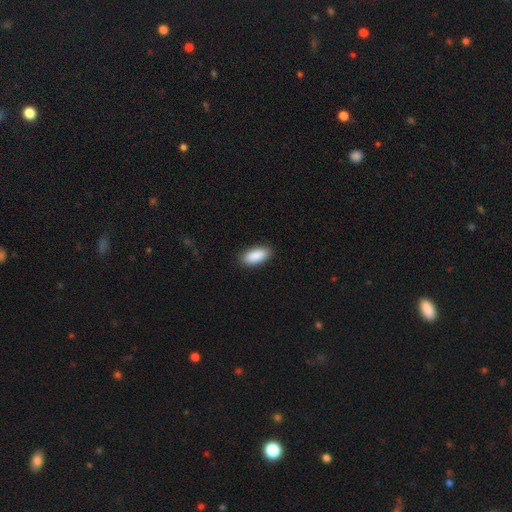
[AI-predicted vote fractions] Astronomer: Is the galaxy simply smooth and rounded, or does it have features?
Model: smooth — 91%.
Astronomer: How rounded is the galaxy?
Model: in between — 90%.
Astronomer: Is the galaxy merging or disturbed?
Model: none — 90%.